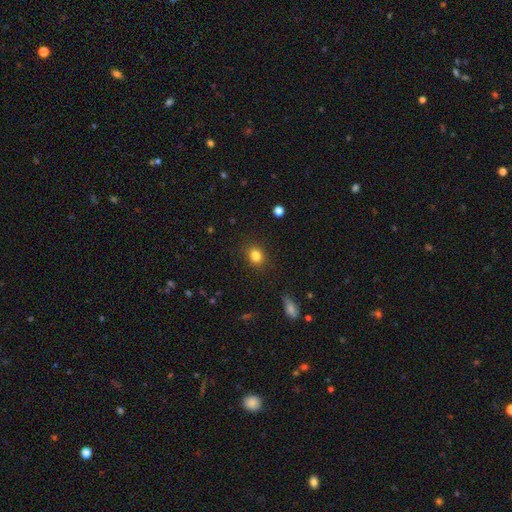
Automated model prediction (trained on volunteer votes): smooth_or_featured: smooth (p=0.83) [alt: star or artifact p=0.11]
how_rounded: round (p=0.68) [alt: in between p=0.31]
merging: none (p=0.87) [alt: minor disturbance p=0.09]